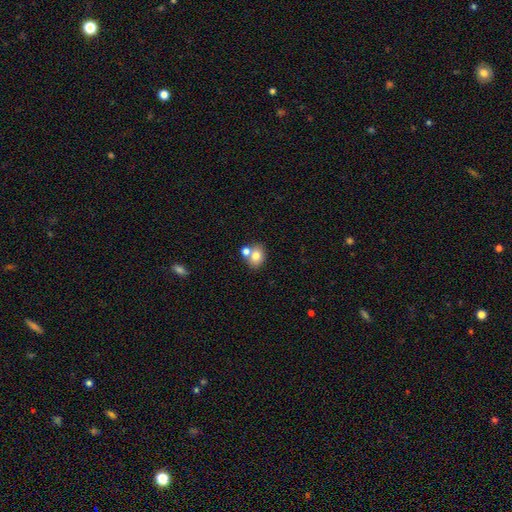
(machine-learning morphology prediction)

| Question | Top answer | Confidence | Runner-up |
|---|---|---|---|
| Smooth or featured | smooth | 75% | featured or disk (15%) |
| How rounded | round | 50% | in between (49%) |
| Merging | none | 52% | merger (35%) |